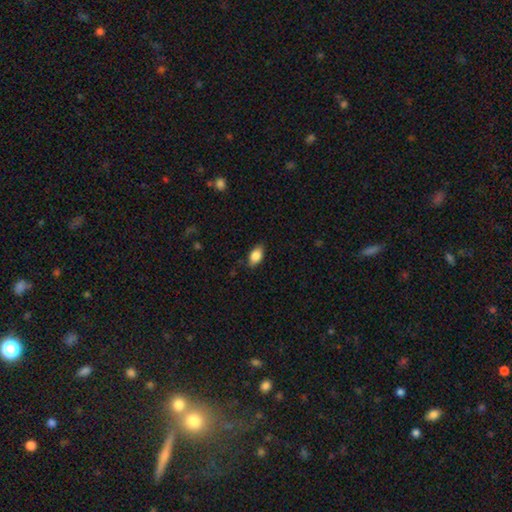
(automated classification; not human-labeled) Smooth or featured: smooth — 85% (featured or disk — 8%)
How rounded: in between — 89% (round — 7%)
Merging: none — 83% (minor disturbance — 13%)